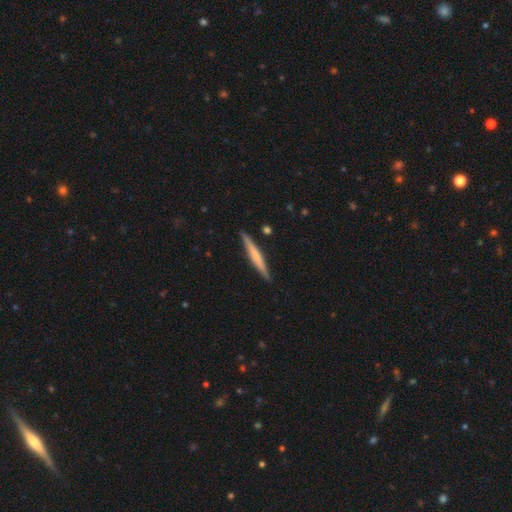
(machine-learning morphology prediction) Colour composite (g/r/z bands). It shows a smooth galaxy with no disk features (48%). Merging: none (90%).